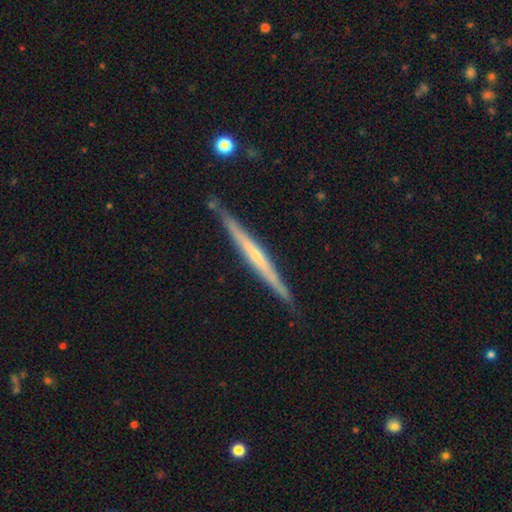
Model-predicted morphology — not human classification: Overall: featured or disk (68%). Edge-on disk: yes (97%). Edge-on bulge: none (64%; rounded 29%). Merging: none (87%).